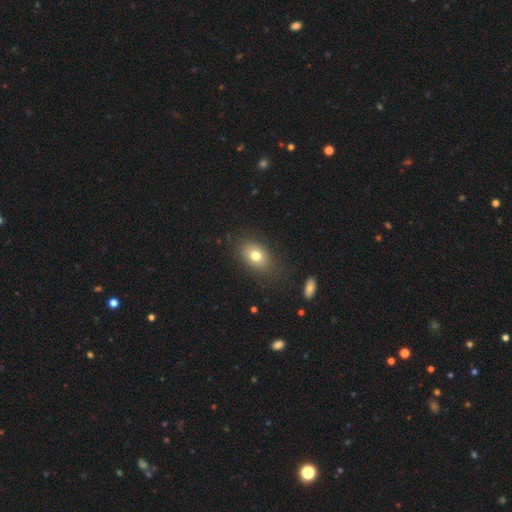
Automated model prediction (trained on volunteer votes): This is likely a smooth galaxy (76%). How rounded: likely in between (78%). Merging: clearly none (81%).